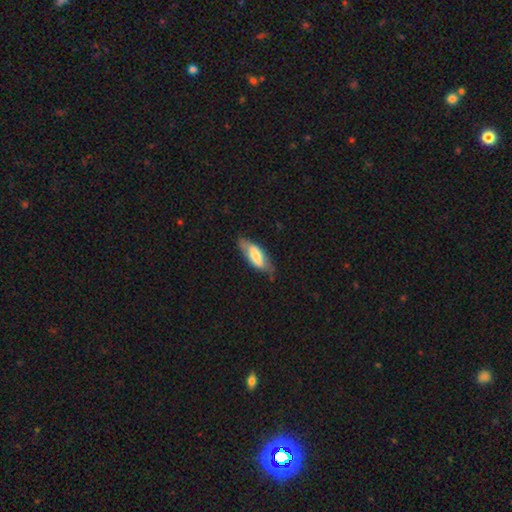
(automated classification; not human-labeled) Smooth or featured? smooth (55%)
How rounded? in between (71%)
Merging? none (69%)